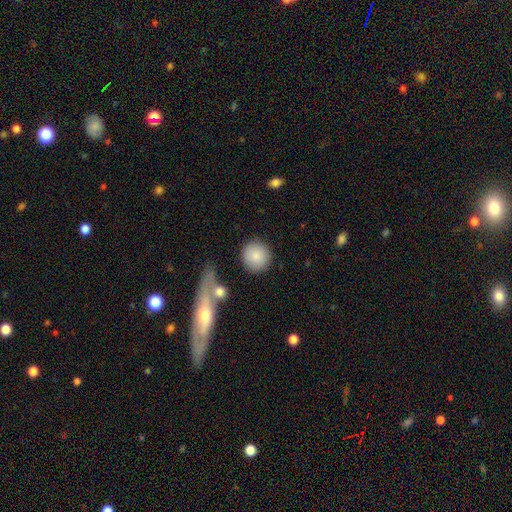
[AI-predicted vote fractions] Smooth or featured: smooth — 86% (featured or disk — 7%)
How rounded: round — 93% (in between — 6%)
Merging: none — 83% (minor disturbance — 8%)